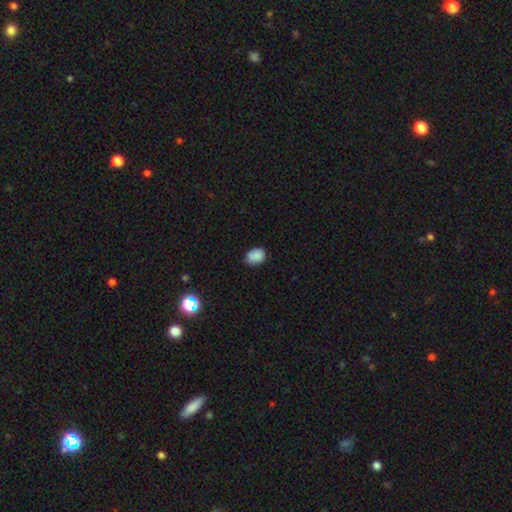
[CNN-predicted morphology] A smooth galaxy with no disk features (85%) that is in between round and cigar-shaped (65%). Merging: none (71%).